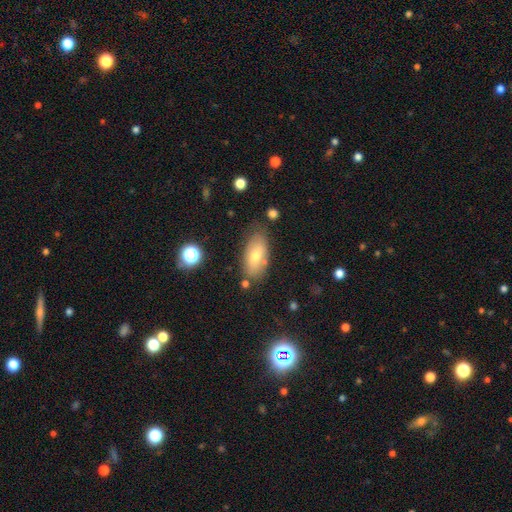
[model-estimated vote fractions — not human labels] smooth_or_featured: smooth (p=0.67) [alt: featured or disk p=0.24]
how_rounded: in between (p=0.90) [alt: cigar-shaped p=0.07]
merging: none (p=0.70) [alt: minor disturbance p=0.19]